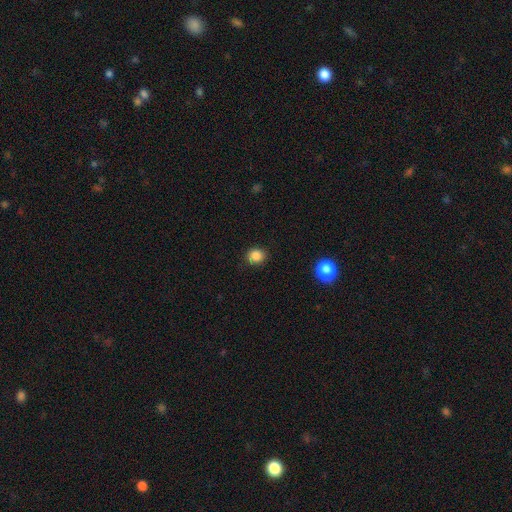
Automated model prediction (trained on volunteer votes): smooth 86%, star or artifact 11%, featured or disk 3%. Down the decision tree: how rounded — round (78%); merging — none (87%).